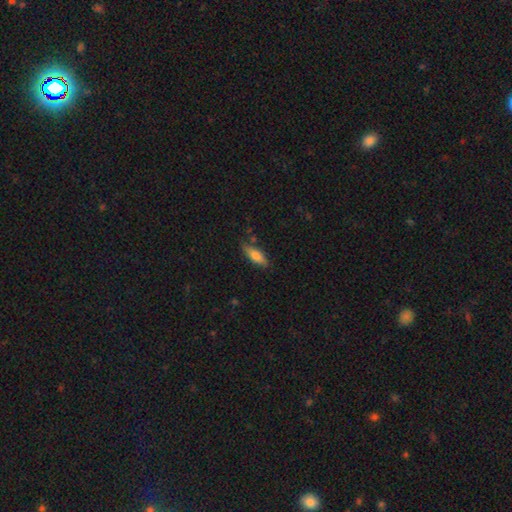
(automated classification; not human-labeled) The model was most divided on "how rounded": in between: 53%, cigar-shaped: 45%, round: 2%. More confident: merging — none (78%); smooth or featured — smooth (72%).